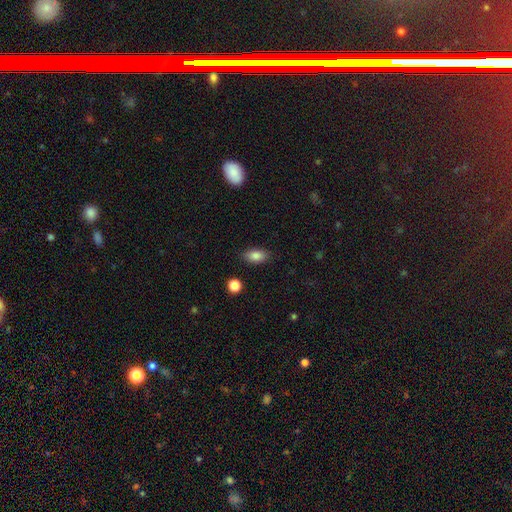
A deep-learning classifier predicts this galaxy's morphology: The model was most divided on "smooth or featured": smooth: 84%, star or artifact: 9%, featured or disk: 8%. More confident: how rounded — in between (89%); merging — none (86%).